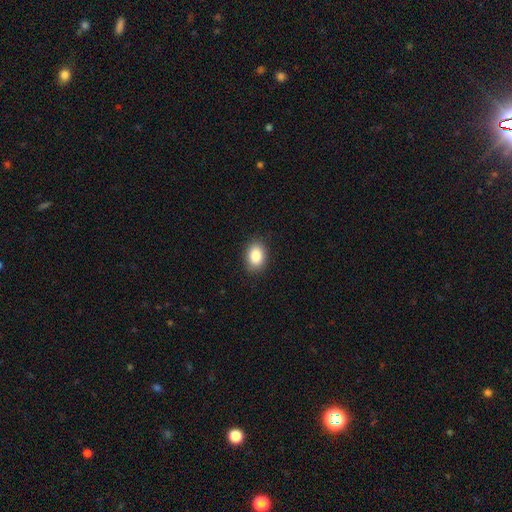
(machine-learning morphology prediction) Smooth or featured: smooth — 88% (star or artifact — 8%)
How rounded: in between — 78% (round — 21%)
Merging: none — 88% (minor disturbance — 9%)